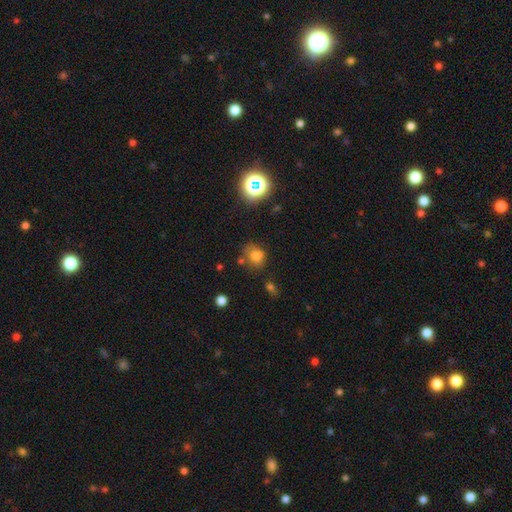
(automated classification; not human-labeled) Overall: smooth (71%). How rounded: round (63%; in between 36%). Merging: none (57%; minor disturbance 24%).